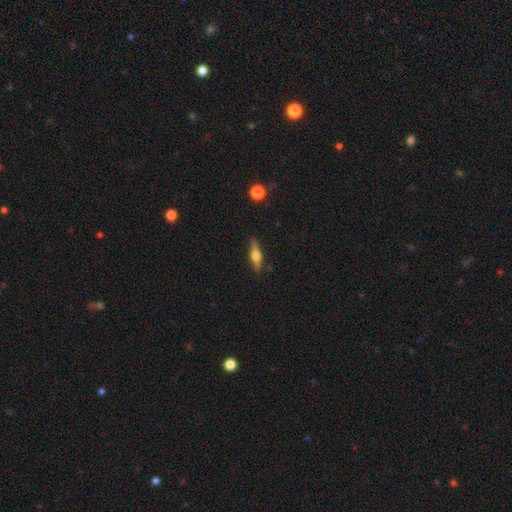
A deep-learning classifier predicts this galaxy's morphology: A featured or disk galaxy (61%) viewed edge-on (96%) with a rounded central bulge (94%).

Vote fractions:
- Smooth or featured? featured or disk: 61% / smooth: 33% / star or artifact: 6%
- Edge-on disk? yes: 96% / no: 4%
- Edge-on bulge? rounded: 94% / boxy: 4% / none: 2%
- Merging? none: 87% / minor disturbance: 10% / major disturbance: 2% / merger: 2%